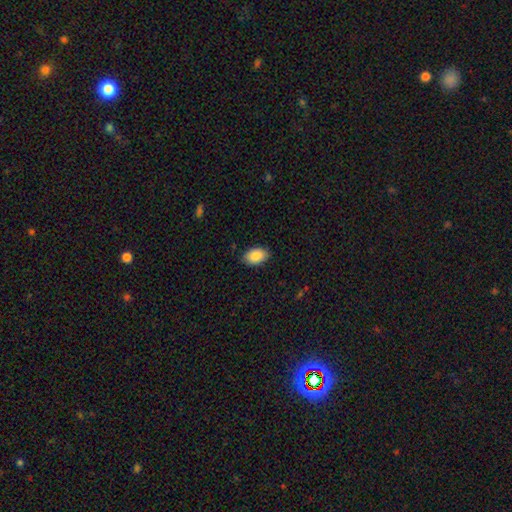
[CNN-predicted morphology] Smooth or featured?
  - smooth: 87% *
  - star or artifact: 7%
  - featured or disk: 6%
How rounded?
  - in between: 91% *
  - round: 8%
  - cigar-shaped: 1%
Merging?
  - none: 86% *
  - minor disturbance: 11%
  - major disturbance: 2%
  - merger: 1%